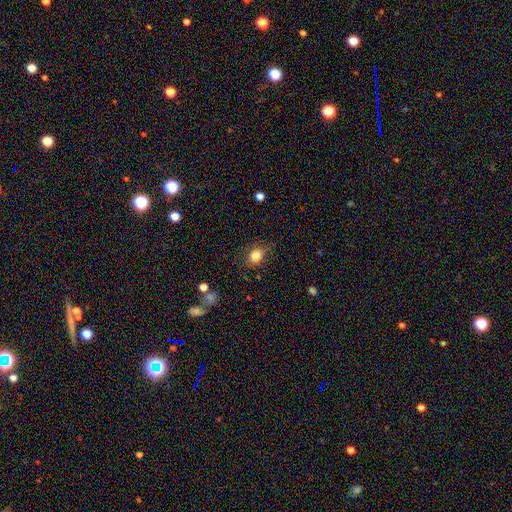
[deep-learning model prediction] This is clearly a smooth galaxy (82%). How rounded: possibly in between (58%). Merging: likely none (79%).